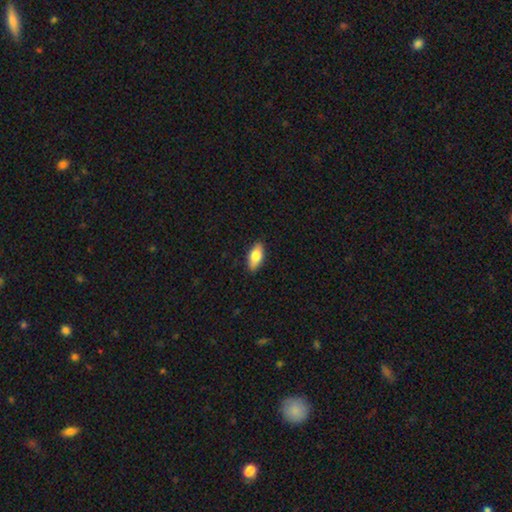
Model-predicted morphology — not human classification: smooth 79%, featured or disk 14%, star or artifact 6%. Down the decision tree: how rounded — in between (87%); merging — none (88%).